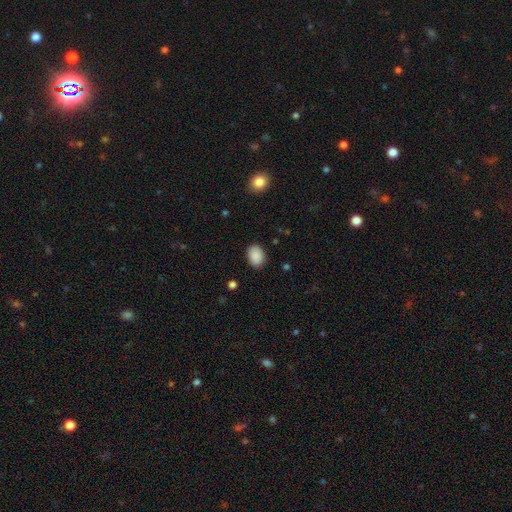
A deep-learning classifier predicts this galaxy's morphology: Smooth or featured: smooth — 90% (star or artifact — 7%)
How rounded: in between — 77% (round — 22%)
Merging: none — 87% (minor disturbance — 9%)